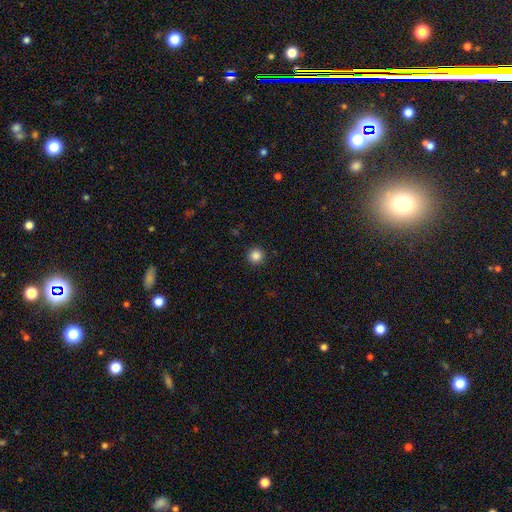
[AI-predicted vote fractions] Overall: smooth (86%). How rounded: round (96%). Merging: none (93%).